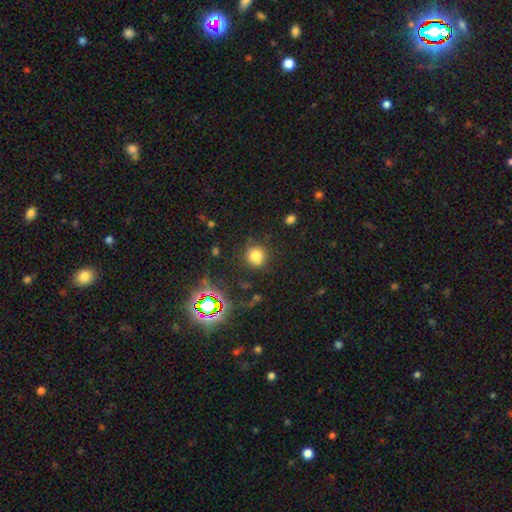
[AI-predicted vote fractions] Smooth or featured? Predicted: smooth (p=0.75). How rounded? Predicted: round (p=0.88). Merging? Predicted: none (p=0.80).